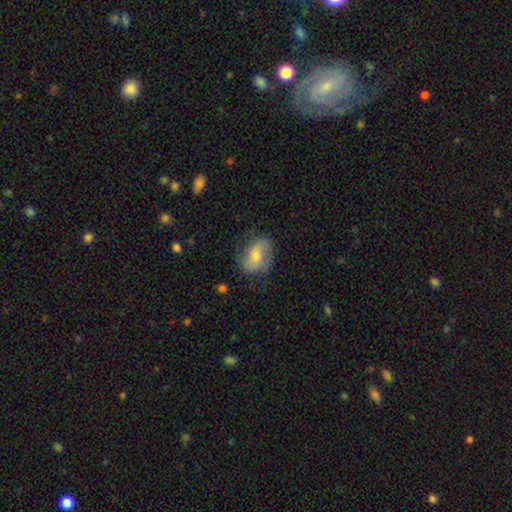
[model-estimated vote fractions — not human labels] Smooth or featured? smooth (55%)
How rounded? in between (81%)
Merging? none (64%)